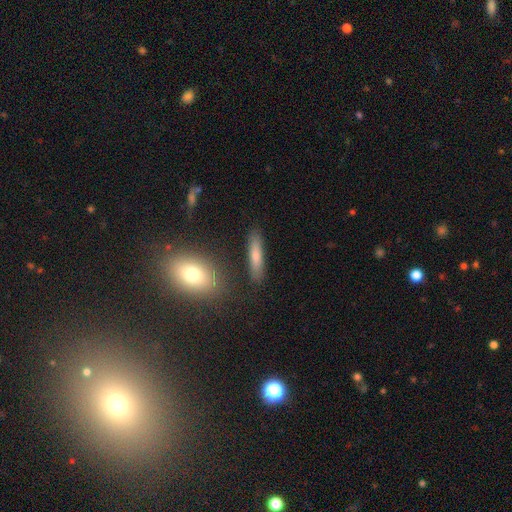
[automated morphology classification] smooth-or-featured: smooth: 71% | featured or disk: 22% | star or artifact: 7%
  how-rounded: cigar-shaped: 79% | in between: 18% | round: 3%
  merging: none: 85% | minor disturbance: 9% | merger: 4% | major disturbance: 3%